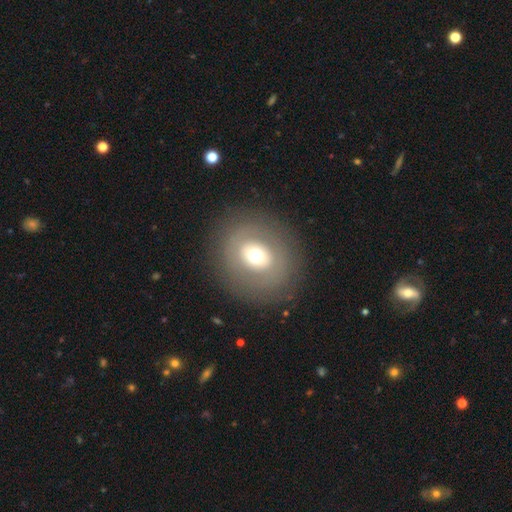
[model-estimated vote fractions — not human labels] Overall: smooth (56%; featured or disk 33%). How rounded: round (79%). Merging: none (84%).